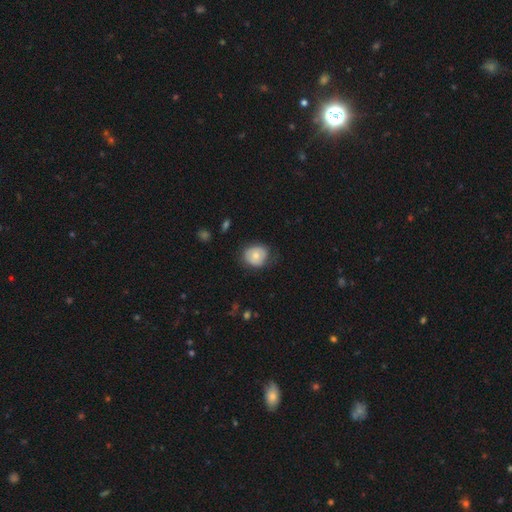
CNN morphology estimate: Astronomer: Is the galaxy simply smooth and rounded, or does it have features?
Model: smooth — 70%.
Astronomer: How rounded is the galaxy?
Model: round — 71%.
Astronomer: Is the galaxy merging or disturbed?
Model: none — 70%.